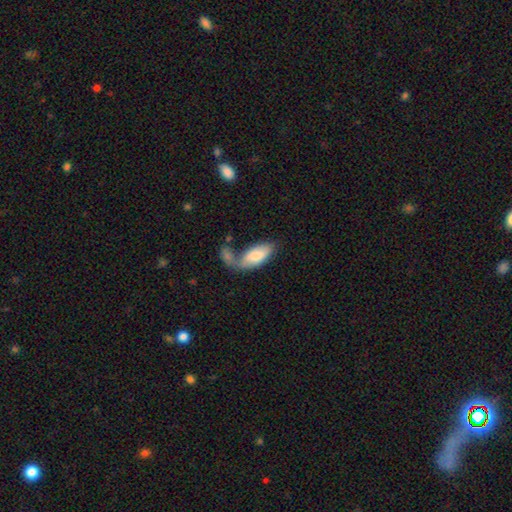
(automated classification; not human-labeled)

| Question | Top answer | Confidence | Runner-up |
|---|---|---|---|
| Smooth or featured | smooth | 76% | featured or disk (18%) |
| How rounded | in between | 88% | cigar-shaped (10%) |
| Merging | merger | 38% | none (28%) |